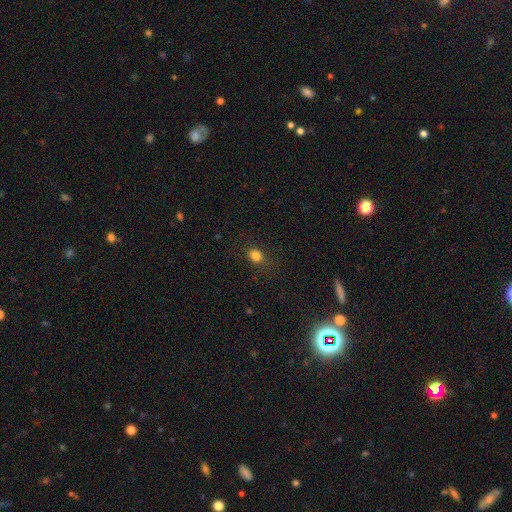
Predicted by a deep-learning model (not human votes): smooth_or_featured: smooth (p=0.80) [alt: star or artifact p=0.14]
how_rounded: round (p=0.65) [alt: in between p=0.33]
merging: none (p=0.81) [alt: minor disturbance p=0.12]